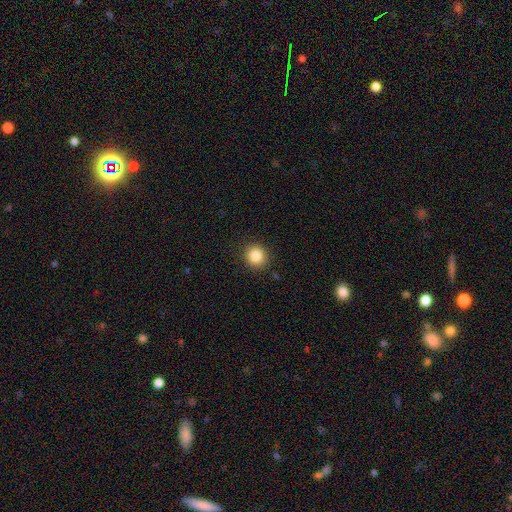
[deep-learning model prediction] Overall: smooth (86%). How rounded: round (88%). Merging: none (90%).